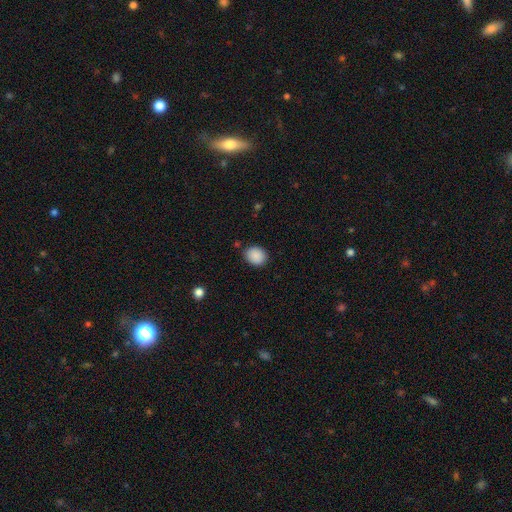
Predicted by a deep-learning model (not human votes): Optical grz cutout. It shows a smooth galaxy with no disk features (89%) that is round (57%). Merging: none (84%).